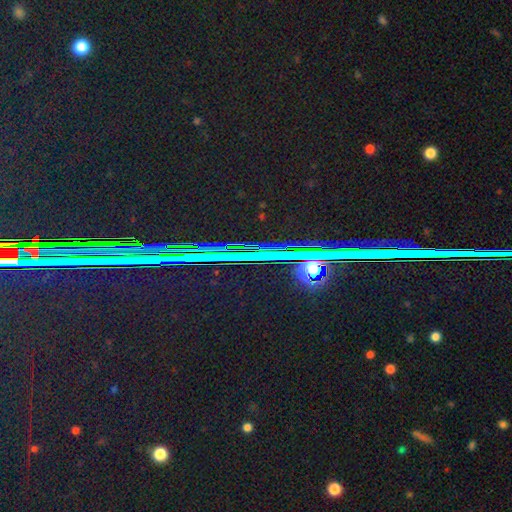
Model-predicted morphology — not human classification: Q: Smooth or featured?
A: star or artifact (86%); runner-up: featured or disk (8%)